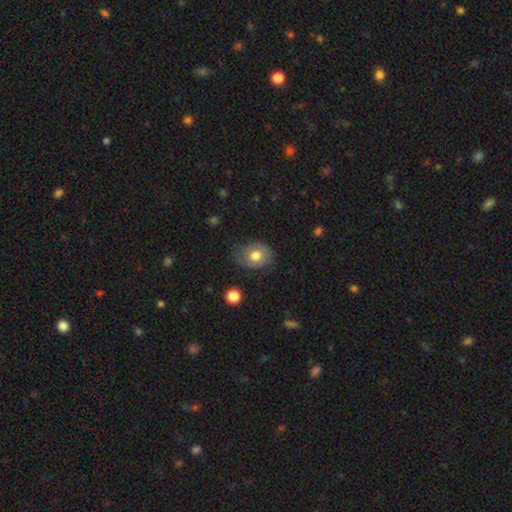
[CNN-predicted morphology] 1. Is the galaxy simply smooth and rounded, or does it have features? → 69% smooth, 22% featured or disk, 8% star or artifact.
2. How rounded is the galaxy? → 56% in between, 43% round, 1% cigar-shaped.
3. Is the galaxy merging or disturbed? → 66% none, 25% minor disturbance, 8% major disturbance, 1% merger.